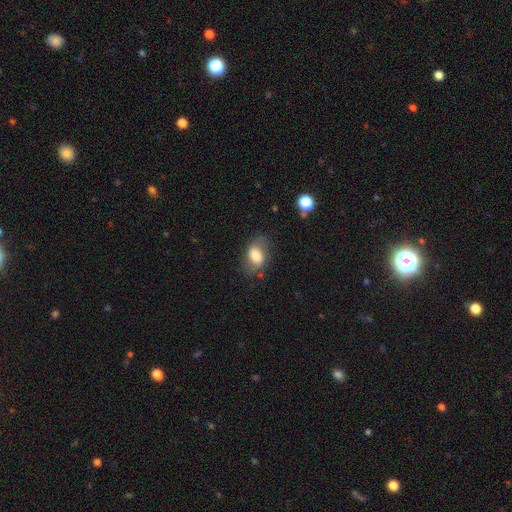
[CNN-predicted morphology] Q: Smooth or featured?
A: smooth (66%); runner-up: featured or disk (26%)
Q: How rounded?
A: in between (82%); runner-up: round (16%)
Q: Merging?
A: none (59%); runner-up: minor disturbance (26%)